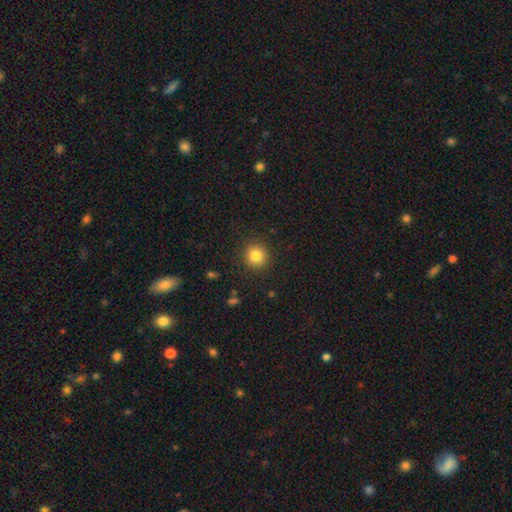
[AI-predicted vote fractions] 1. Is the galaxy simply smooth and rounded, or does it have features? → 84% smooth, 10% star or artifact, 6% featured or disk.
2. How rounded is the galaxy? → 91% round, 8% in between, 1% cigar-shaped.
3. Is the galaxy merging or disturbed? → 89% none, 7% minor disturbance, 3% major disturbance, 1% merger.